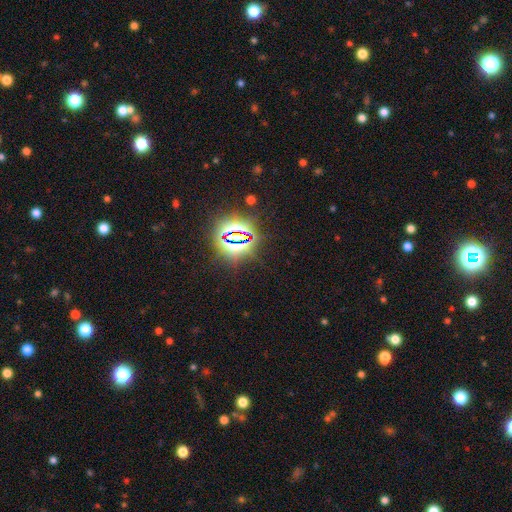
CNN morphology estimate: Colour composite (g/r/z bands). It shows a star or artifact, not a galaxy (80%).